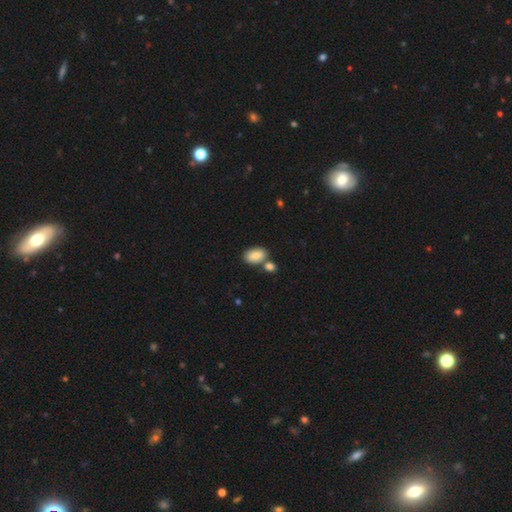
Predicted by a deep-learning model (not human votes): smooth-or-featured: smooth: 86% | star or artifact: 7% | featured or disk: 7%
  how-rounded: in between: 91% | round: 7% | cigar-shaped: 2%
  merging: none: 59% | merger: 26% | minor disturbance: 12% | major disturbance: 3%